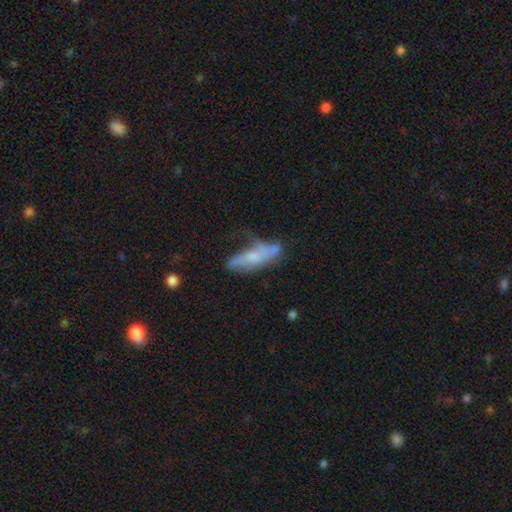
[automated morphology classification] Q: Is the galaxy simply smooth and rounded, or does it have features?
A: featured or disk — 50%.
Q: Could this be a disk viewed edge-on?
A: no — 70%.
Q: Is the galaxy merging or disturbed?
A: none — 37%.